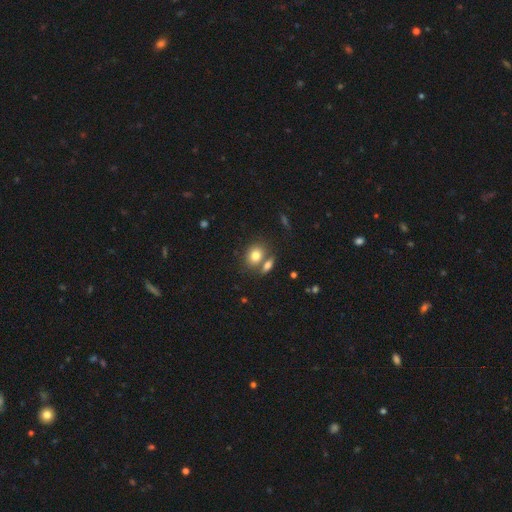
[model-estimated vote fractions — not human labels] This is likely a smooth galaxy (79%). How rounded: possibly in between (54%). Merging: possibly none (54%).